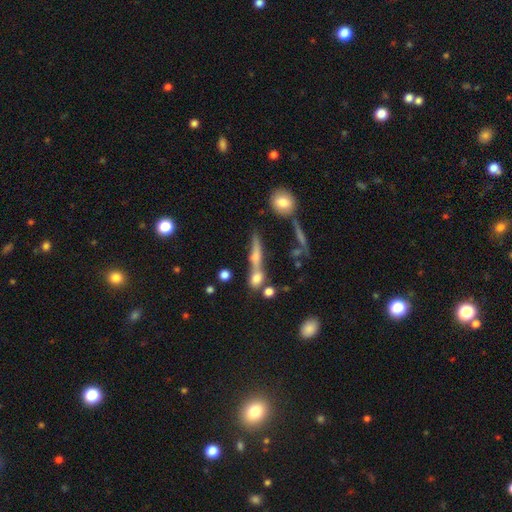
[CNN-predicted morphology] Q: Smooth or featured?
A: smooth (46%); runner-up: featured or disk (42%)
Q: Merging?
A: none (44%); runner-up: merger (36%)